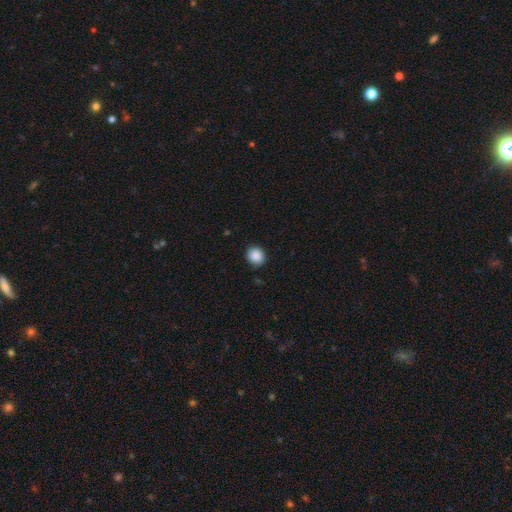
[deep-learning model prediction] Smooth or featured?
  - smooth: 89% *
  - star or artifact: 8%
  - featured or disk: 3%
How rounded?
  - round: 81% *
  - in between: 18%
  - cigar-shaped: 1%
Merging?
  - none: 88% *
  - minor disturbance: 9%
  - major disturbance: 2%
  - merger: 1%